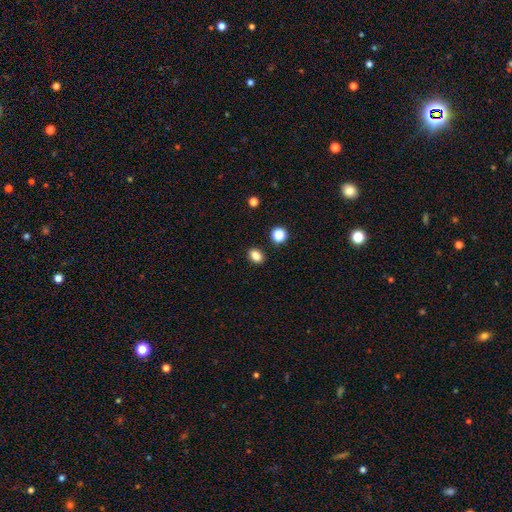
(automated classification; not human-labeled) smooth-or-featured: smooth: 85% | star or artifact: 11% | featured or disk: 4%
  how-rounded: in between: 70% | round: 29% | cigar-shaped: 1%
  merging: none: 88% | minor disturbance: 8% | merger: 3% | major disturbance: 2%